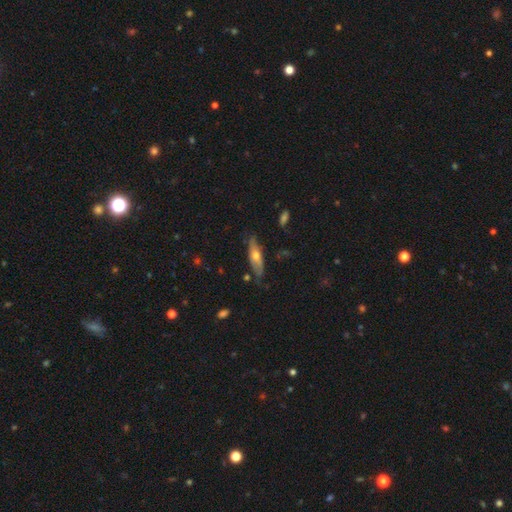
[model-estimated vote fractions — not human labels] Overall: featured or disk (48%; smooth 46%). Merging: none (68%).